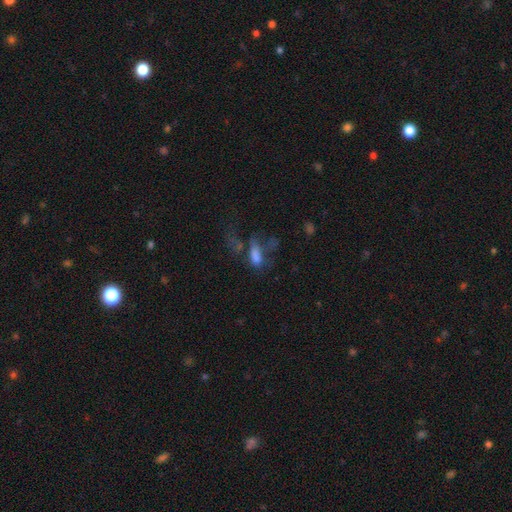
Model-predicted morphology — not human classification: Smooth or featured?
  - smooth: 62% *
  - featured or disk: 20%
  - star or artifact: 18%
How rounded?
  - in between: 73% *
  - cigar-shaped: 19%
  - round: 8%
Merging?
  - major disturbance: 43% *
  - none: 26%
  - minor disturbance: 16%
  - merger: 15%